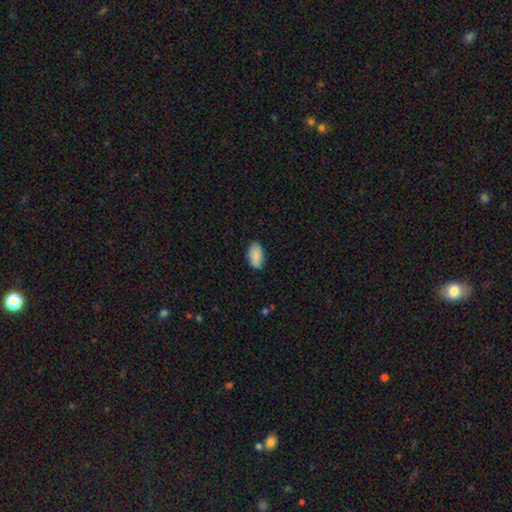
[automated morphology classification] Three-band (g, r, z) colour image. It shows a smooth galaxy with no disk features (88%) that is in between round and cigar-shaped (94%). Merging: none (85%).